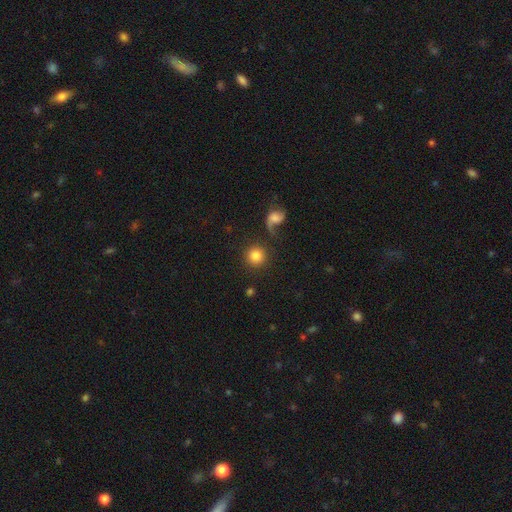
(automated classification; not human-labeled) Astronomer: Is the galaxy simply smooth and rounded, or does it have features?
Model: smooth — 81%.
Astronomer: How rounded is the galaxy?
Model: round — 94%.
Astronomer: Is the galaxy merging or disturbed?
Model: none — 81%.